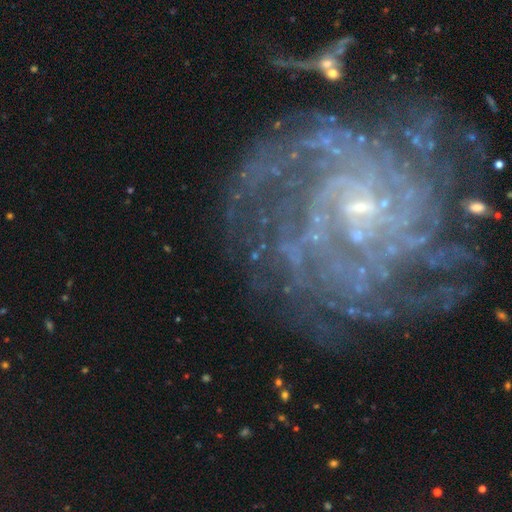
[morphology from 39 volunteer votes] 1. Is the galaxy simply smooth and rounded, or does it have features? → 90% featured or disk, 8% star or artifact, 3% smooth.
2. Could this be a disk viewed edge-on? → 97% no, 3% yes.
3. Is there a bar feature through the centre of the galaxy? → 56% weak, 26% no, 18% strong.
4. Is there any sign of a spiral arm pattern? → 100% yes, 0% no.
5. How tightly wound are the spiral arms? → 74% tight, 26% medium, 0% loose.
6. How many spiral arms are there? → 44% can't tell, 18% 3, 18% more than 4, 12% 4, 6% 2, 3% 1.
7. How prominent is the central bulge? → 91% small, 9% moderate, 0% dominant, 0% large, 0% none.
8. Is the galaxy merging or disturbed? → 44% none, 42% minor disturbance, 8% major disturbance, 6% merger.